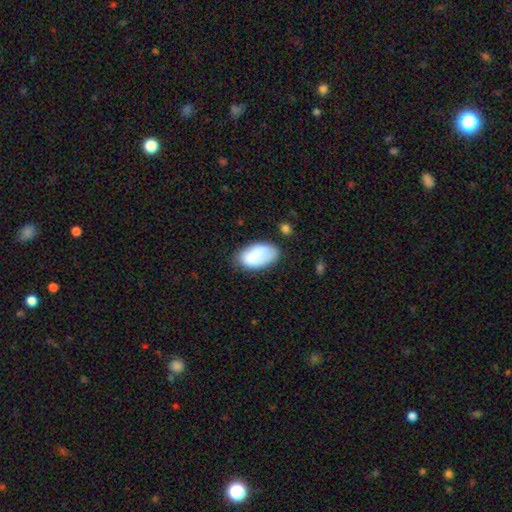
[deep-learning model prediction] This appears to be a smooth galaxy with no disk features (76%) that is in between round and cigar-shaped (94%). Merging: none (61%).